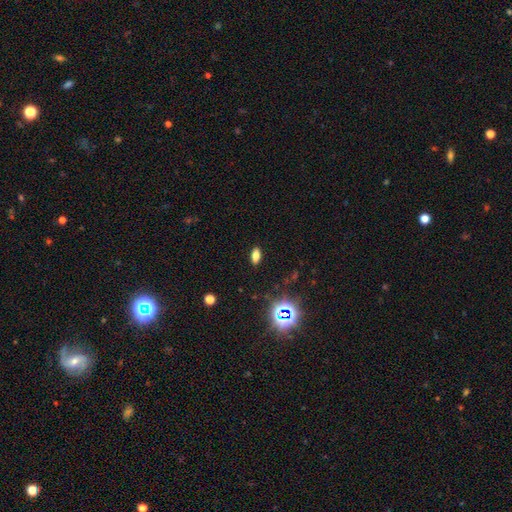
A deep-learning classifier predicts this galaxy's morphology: smooth 72%, star or artifact 19%, featured or disk 9%. Down the decision tree: how rounded — in between (84%); merging — none (88%).